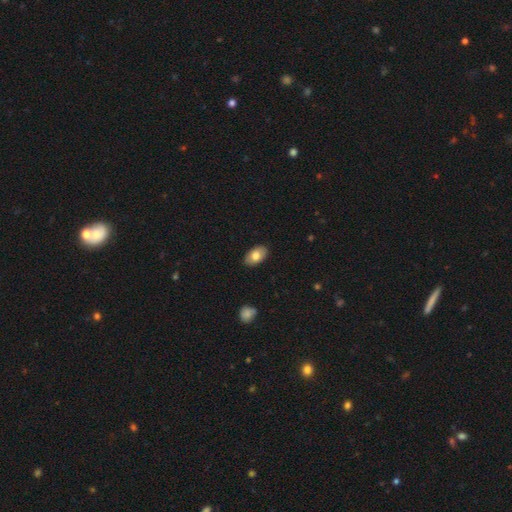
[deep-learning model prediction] Smooth or featured? Predicted: smooth (p=0.78). How rounded? Predicted: in between (p=0.92). Merging? Predicted: none (p=0.87).